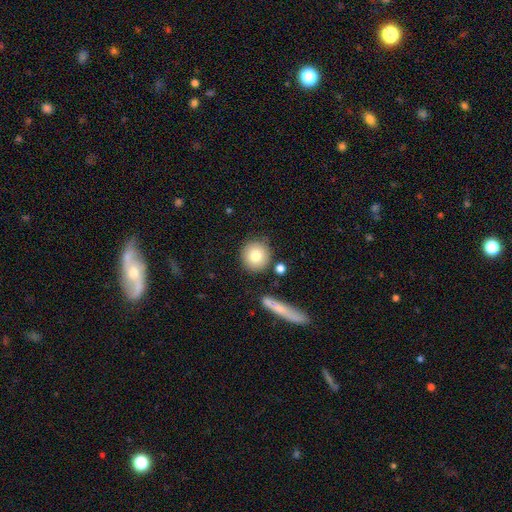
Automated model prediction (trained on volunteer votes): The model was most divided on "smooth or featured": smooth: 79%, featured or disk: 12%, star or artifact: 8%. More confident: how rounded — round (93%); merging — none (83%).